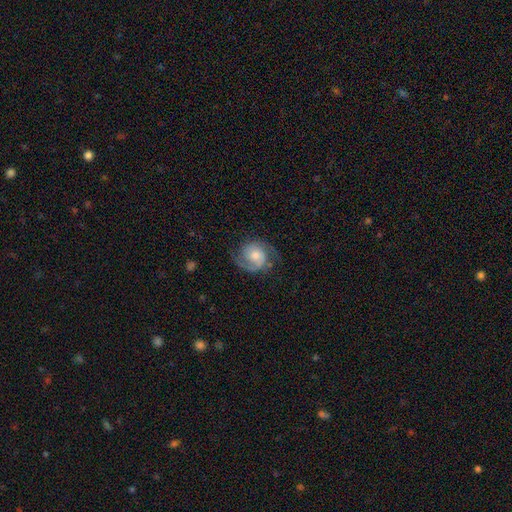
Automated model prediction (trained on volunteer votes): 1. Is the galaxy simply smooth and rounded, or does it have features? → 78% featured or disk, 15% smooth, 7% star or artifact.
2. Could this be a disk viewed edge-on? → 98% no, 2% yes.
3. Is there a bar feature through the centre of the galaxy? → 68% no, 27% weak, 5% strong.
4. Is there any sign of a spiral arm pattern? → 95% yes, 5% no.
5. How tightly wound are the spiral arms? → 49% medium, 33% tight, 18% loose.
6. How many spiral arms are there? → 86% 2, 5% can't tell, 4% 1, 2% 3, 1% 4, 1% more than 4.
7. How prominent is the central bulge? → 50% moderate, 33% small, 10% large, 5% none, 2% dominant.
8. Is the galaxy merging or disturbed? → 70% none, 19% minor disturbance, 10% major disturbance, 1% merger.